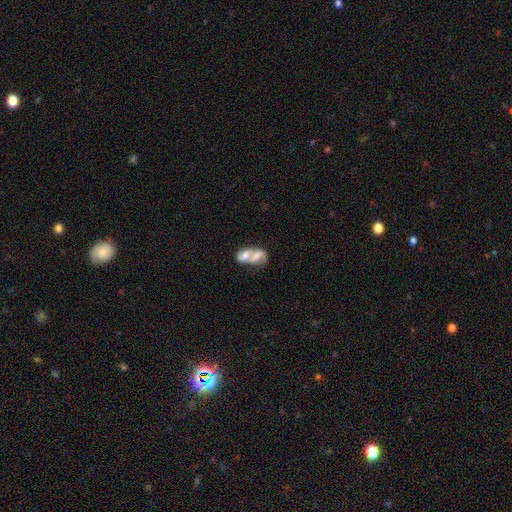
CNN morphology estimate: featured or disk 47%, smooth 44%, star or artifact 9%. Down the decision tree: merging — merger (72%).